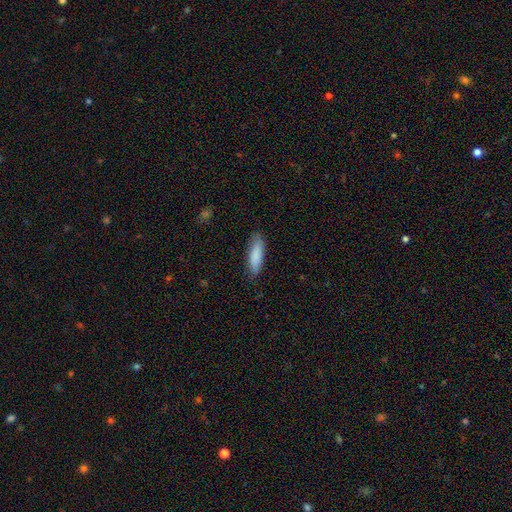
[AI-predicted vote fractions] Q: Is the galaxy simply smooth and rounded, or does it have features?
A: smooth — 87%.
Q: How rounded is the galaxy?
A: cigar-shaped — 57%.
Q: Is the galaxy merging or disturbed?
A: none — 82%.